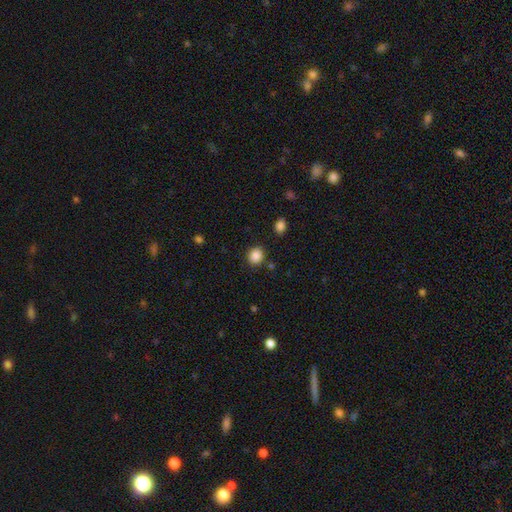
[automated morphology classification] Smooth or featured?
  - smooth: 88% *
  - star or artifact: 9%
  - featured or disk: 3%
How rounded?
  - round: 75% *
  - in between: 24%
  - cigar-shaped: 1%
Merging?
  - none: 86% *
  - minor disturbance: 8%
  - merger: 3%
  - major disturbance: 3%